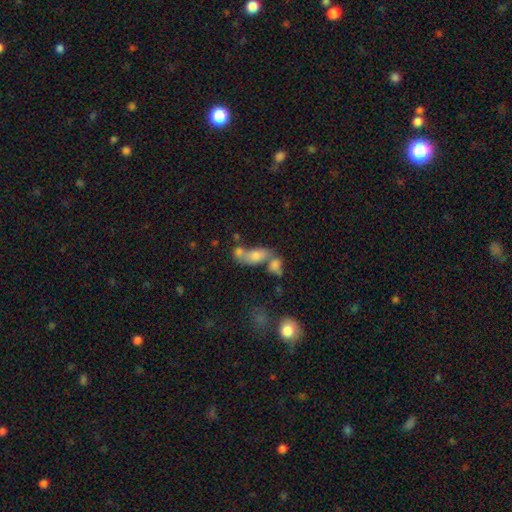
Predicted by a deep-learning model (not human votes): The model was most divided on "merging": merger: 51%, none: 29%, minor disturbance: 11%, major disturbance: 8%. More confident: how rounded — in between (77%); smooth or featured — smooth (64%).